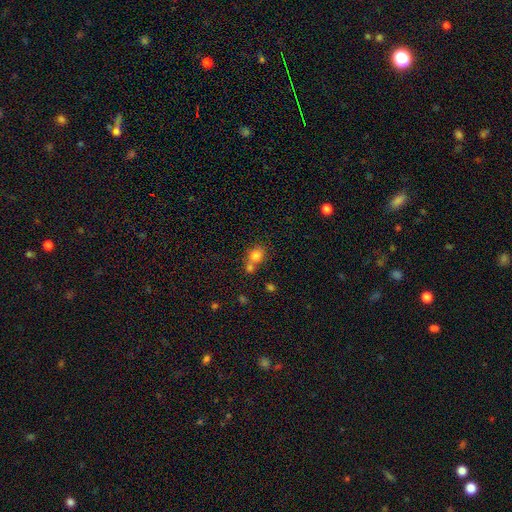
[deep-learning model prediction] This is likely a smooth galaxy (80%). How rounded: likely round (61%). Merging: marginally merger (44%).